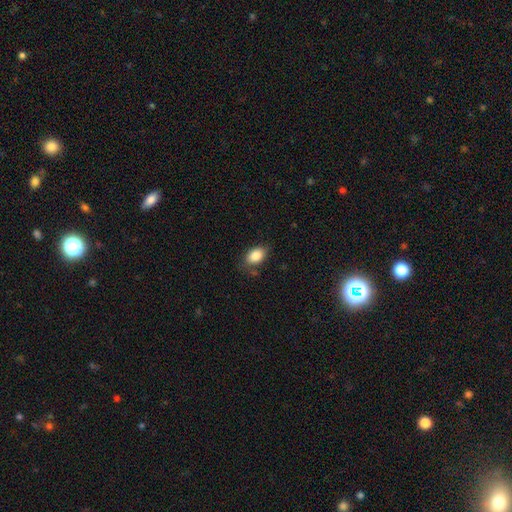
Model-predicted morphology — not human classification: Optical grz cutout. It shows a smooth galaxy with no disk features (85%) that is in between round and cigar-shaped (87%). Merging: none (76%).